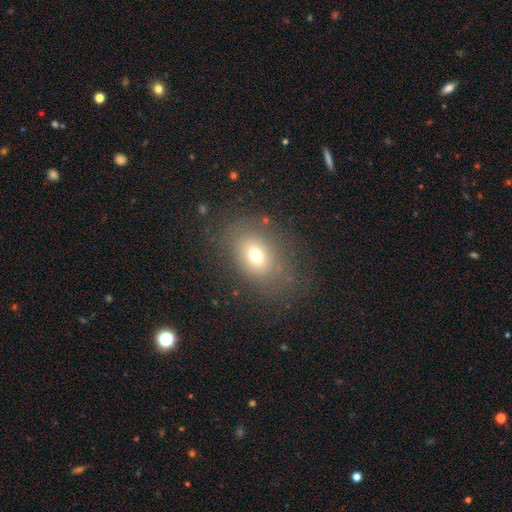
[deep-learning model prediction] This appears to be a smooth galaxy with no disk features (68%) that is in between round and cigar-shaped (65%). Merging: none (75%).